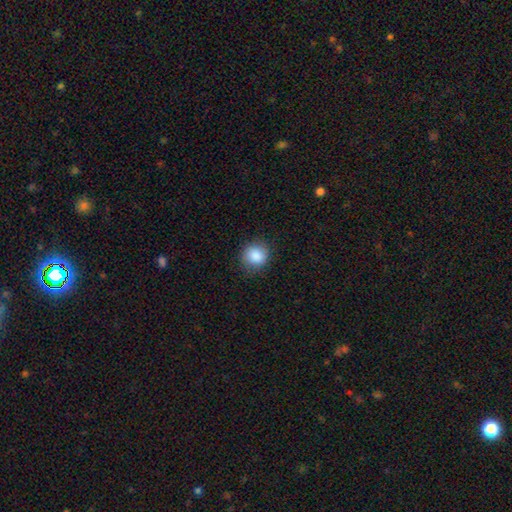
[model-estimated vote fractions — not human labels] This is clearly a smooth galaxy (87%). How rounded: clearly round (86%). Merging: clearly none (85%).